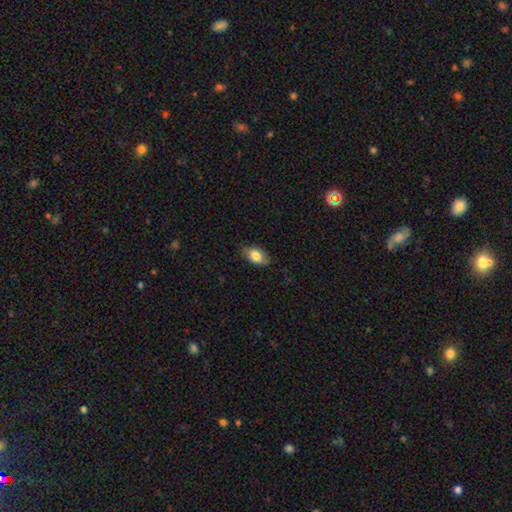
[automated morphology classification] This appears to be a smooth galaxy with no disk features (81%) that is in between round and cigar-shaped (92%). Merging: none (81%).